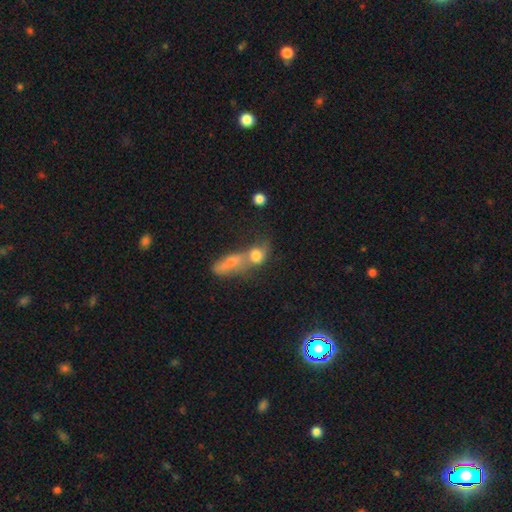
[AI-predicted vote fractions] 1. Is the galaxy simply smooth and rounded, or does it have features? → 70% smooth, 18% featured or disk, 12% star or artifact.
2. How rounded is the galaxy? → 46% round, 43% in between, 10% cigar-shaped.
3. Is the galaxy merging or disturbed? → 58% merger, 24% none, 9% minor disturbance, 9% major disturbance.